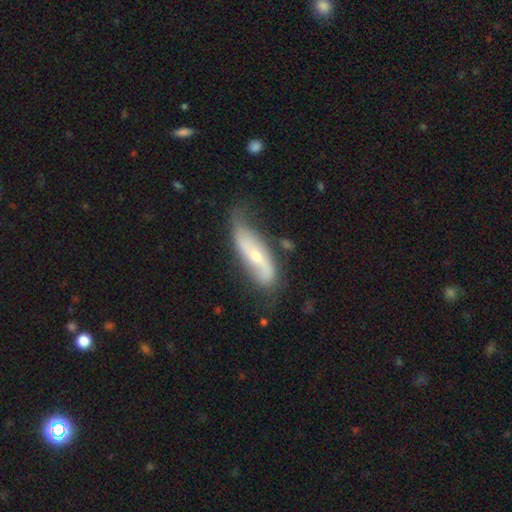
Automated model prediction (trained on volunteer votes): This appears to be a featured or disk galaxy (68%) with no bar (52%), spiral arms (82%) and a small central bulge (54%). Merging: none (54%).